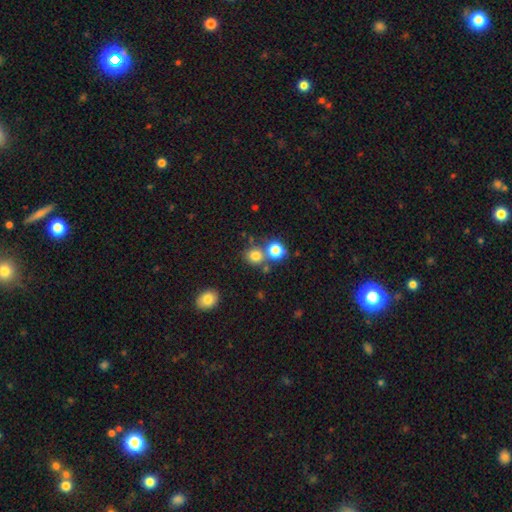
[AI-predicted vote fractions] The model was most divided on "merging": none: 62%, merger: 26%, minor disturbance: 8%, major disturbance: 4%. More confident: how rounded — round (84%); smooth or featured — smooth (78%).